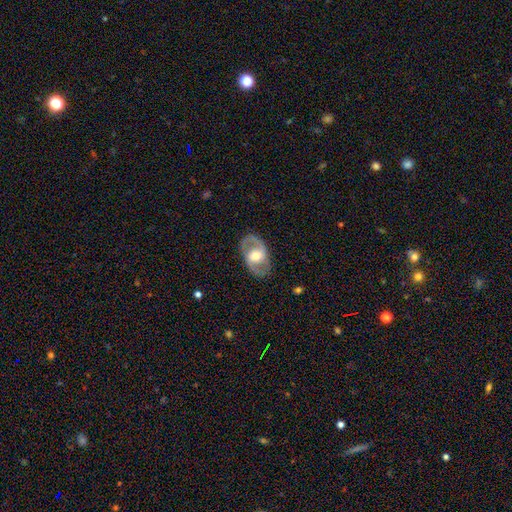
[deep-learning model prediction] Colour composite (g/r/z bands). It shows a featured or disk galaxy (78%) with no bar (44%), 2 (88%) medium (53%) spiral arms (83%) and a moderate central bulge (65%). Merging: none (83%).